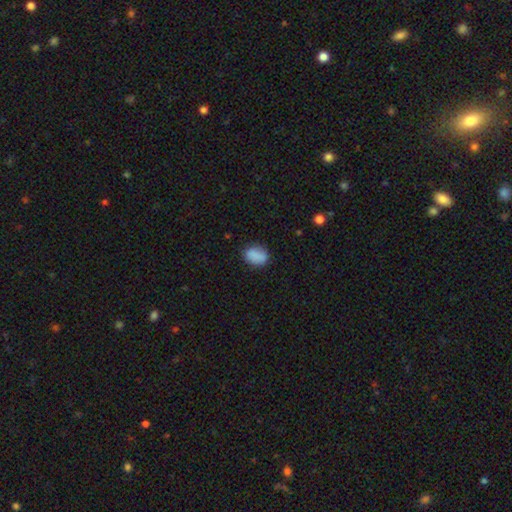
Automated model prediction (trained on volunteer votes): The model was most divided on "how rounded": in between: 74%, round: 24%, cigar-shaped: 2%. More confident: smooth or featured — smooth (86%); merging — none (79%).